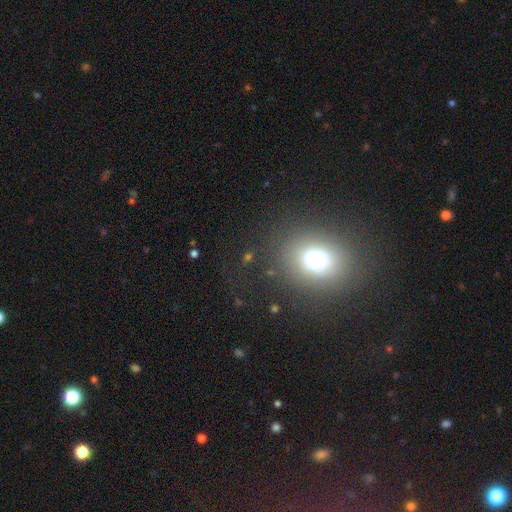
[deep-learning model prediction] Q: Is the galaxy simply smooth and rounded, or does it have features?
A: smooth — 68%.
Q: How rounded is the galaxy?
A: round — 51%.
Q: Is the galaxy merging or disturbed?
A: none — 86%.